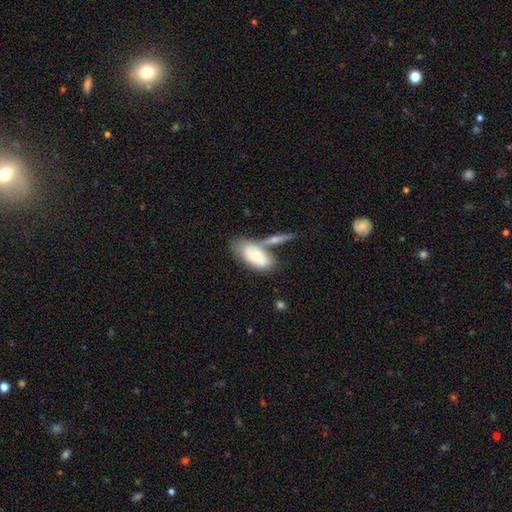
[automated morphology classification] smooth_or_featured: smooth (p=0.56) [alt: featured or disk p=0.38]
how_rounded: in between (p=0.89) [alt: cigar-shaped p=0.06]
merging: merger (p=0.41) [alt: none p=0.34]